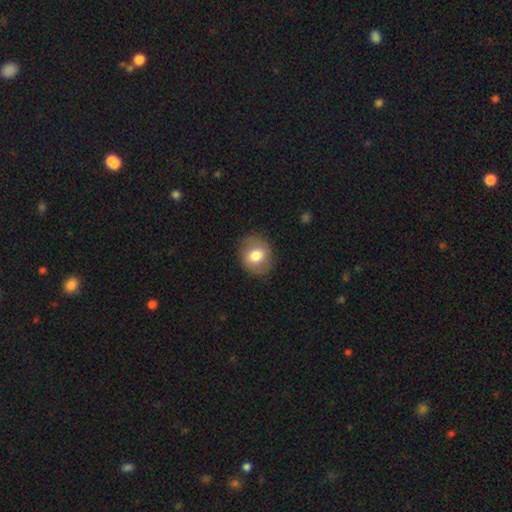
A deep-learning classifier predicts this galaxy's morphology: smooth 71%, featured or disk 22%, star or artifact 8%. Down the decision tree: how rounded — round (68%); merging — none (86%).